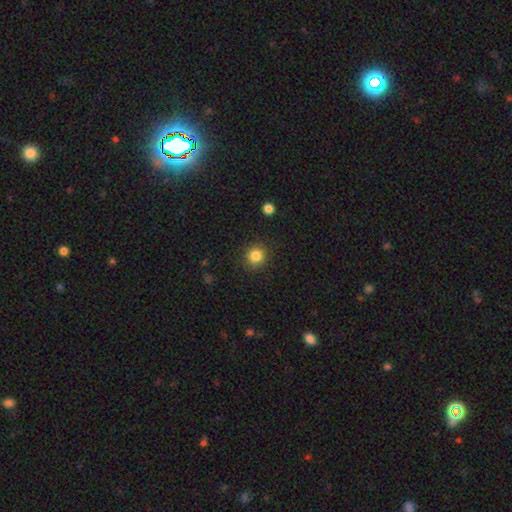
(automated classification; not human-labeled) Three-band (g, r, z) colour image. It shows a smooth galaxy with no disk features (84%) that is round (90%). Merging: none (89%).